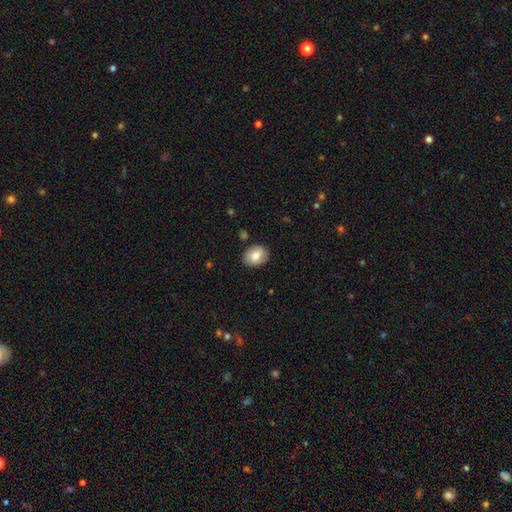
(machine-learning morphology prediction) smooth-or-featured: smooth: 77% | featured or disk: 15% | star or artifact: 8%
  how-rounded: in between: 59% | round: 40% | cigar-shaped: 1%
  merging: none: 85% | minor disturbance: 11% | major disturbance: 2% | merger: 2%